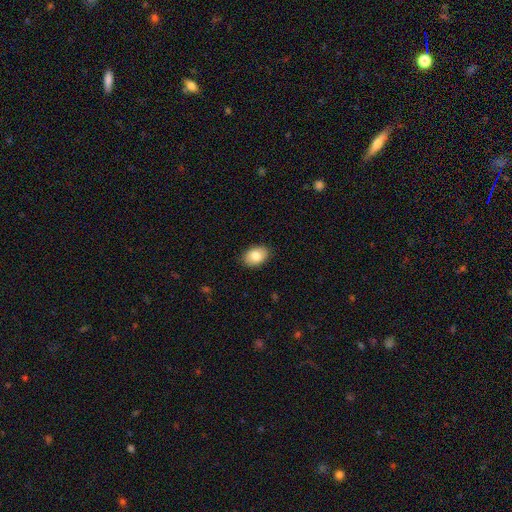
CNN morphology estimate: This is clearly a smooth galaxy (84%). How rounded: clearly in between (82%). Merging: clearly none (89%).